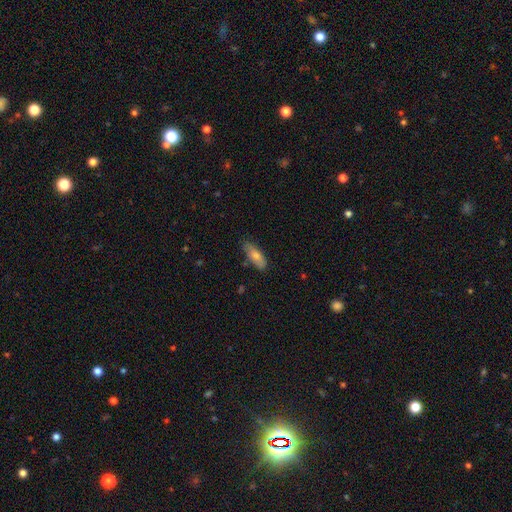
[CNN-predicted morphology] The model was most divided on "how rounded": in between: 61%, cigar-shaped: 37%, round: 2%. More confident: merging — none (79%); smooth or featured — smooth (67%).